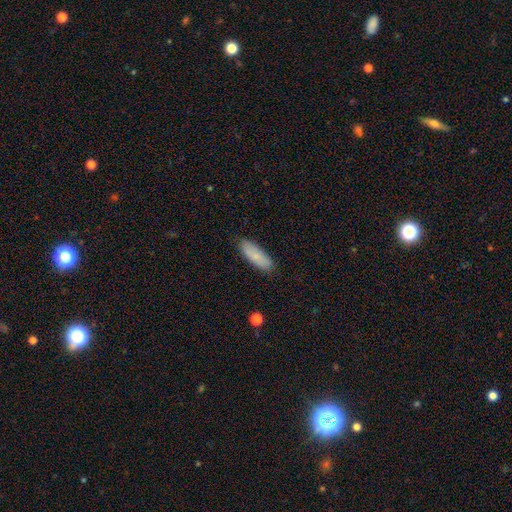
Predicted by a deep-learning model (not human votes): Overall: smooth (83%). How rounded: in between (56%; cigar-shaped 42%). Merging: none (84%).